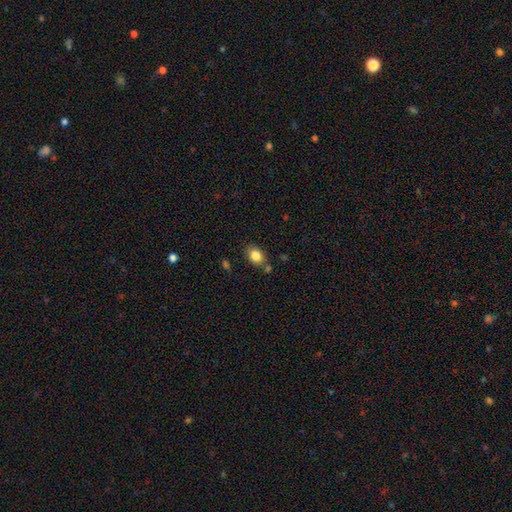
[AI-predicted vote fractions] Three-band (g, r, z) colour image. It shows a smooth galaxy with no disk features (84%) that is in between round and cigar-shaped (69%). Merging: none (76%).